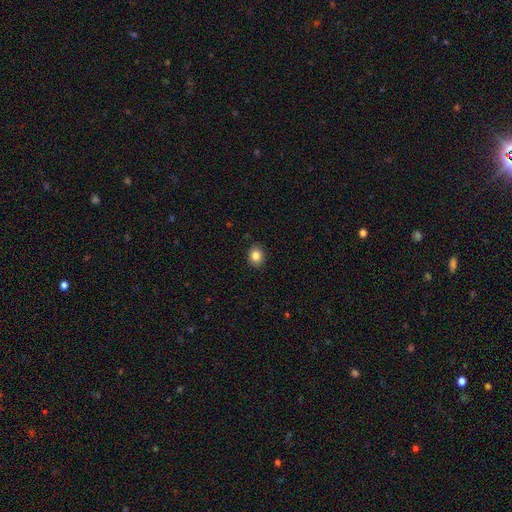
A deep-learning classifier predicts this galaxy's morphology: Overall: smooth (85%). How rounded: round (64%; in between 36%). Merging: none (90%).